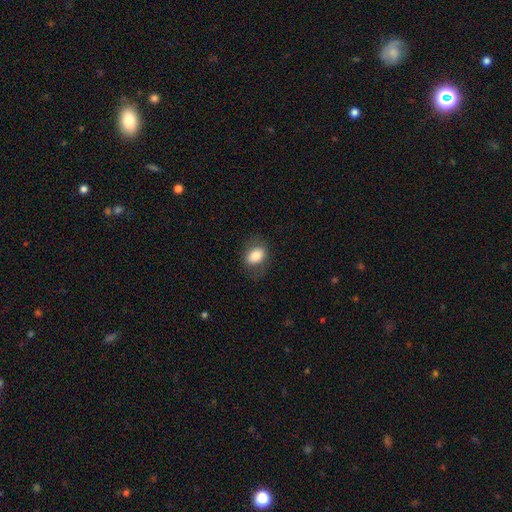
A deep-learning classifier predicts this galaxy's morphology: Overall: smooth (78%). How rounded: in between (76%). Merging: none (76%).